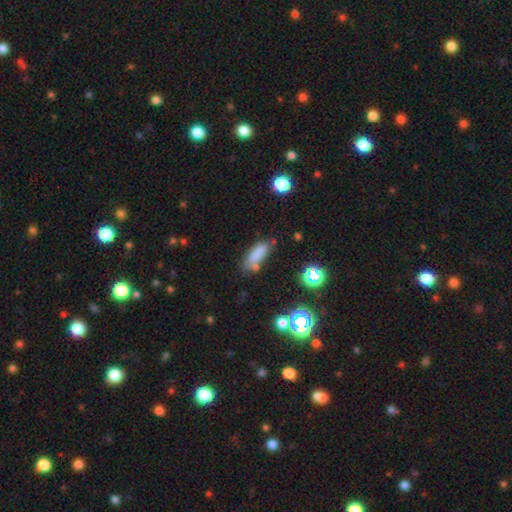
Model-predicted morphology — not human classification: This appears to be a smooth galaxy with no disk features (78%) that is in between round and cigar-shaped (63%). Merging: none (64%).